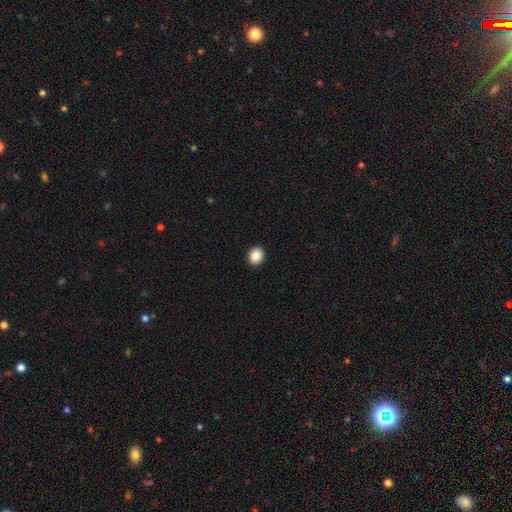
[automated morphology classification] Overall: smooth (89%). How rounded: round (64%; in between 35%). Merging: none (92%).